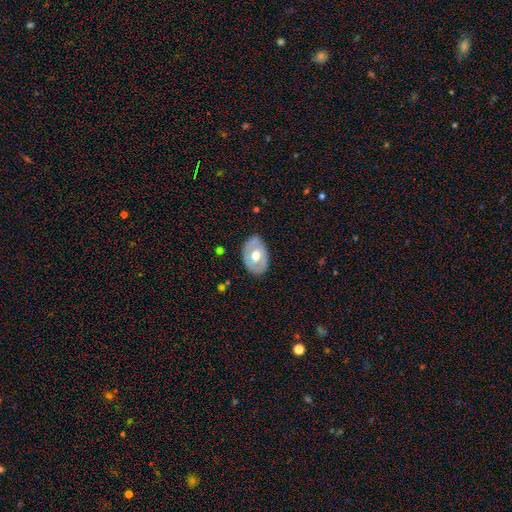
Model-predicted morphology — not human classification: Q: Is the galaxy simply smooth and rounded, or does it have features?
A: featured or disk — 53%.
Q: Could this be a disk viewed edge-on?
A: no — 91%.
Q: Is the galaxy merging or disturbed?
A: none — 79%.